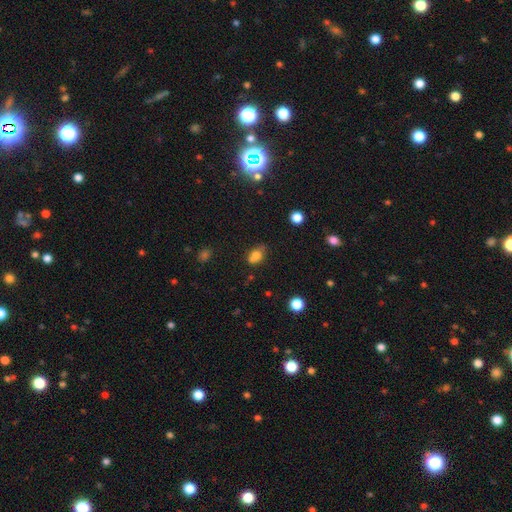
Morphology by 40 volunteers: Smooth or featured? smooth (70%)
How rounded? in between (64%)
Merging? none (55%)